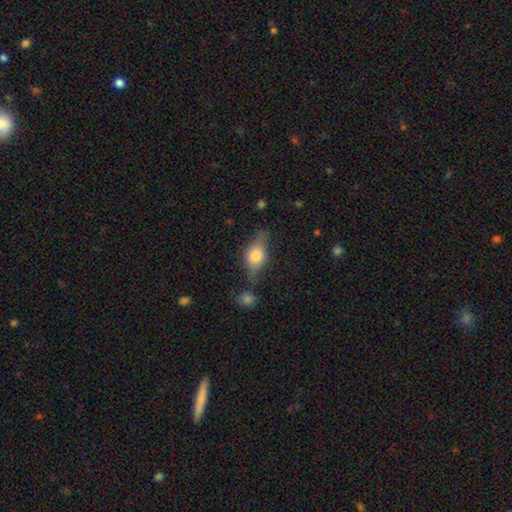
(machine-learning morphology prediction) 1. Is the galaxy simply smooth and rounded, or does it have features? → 61% smooth, 30% featured or disk, 8% star or artifact.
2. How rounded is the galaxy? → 75% in between, 15% round, 10% cigar-shaped.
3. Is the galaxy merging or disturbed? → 58% none, 25% minor disturbance, 10% major disturbance, 7% merger.